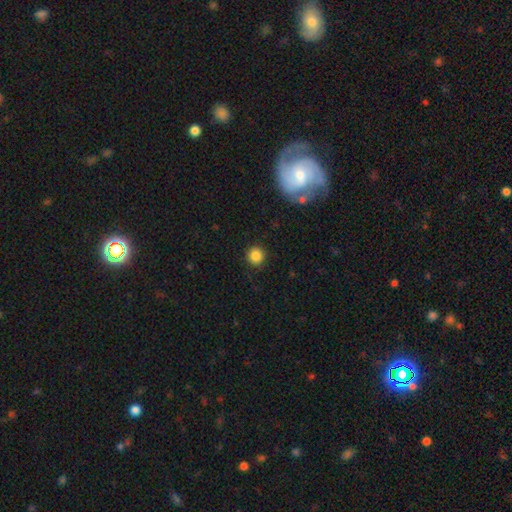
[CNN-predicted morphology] smooth-or-featured: smooth: 85% | star or artifact: 11% | featured or disk: 4%
  how-rounded: round: 94% | in between: 5% | cigar-shaped: 1%
  merging: none: 91% | minor disturbance: 6% | major disturbance: 2% | merger: 1%